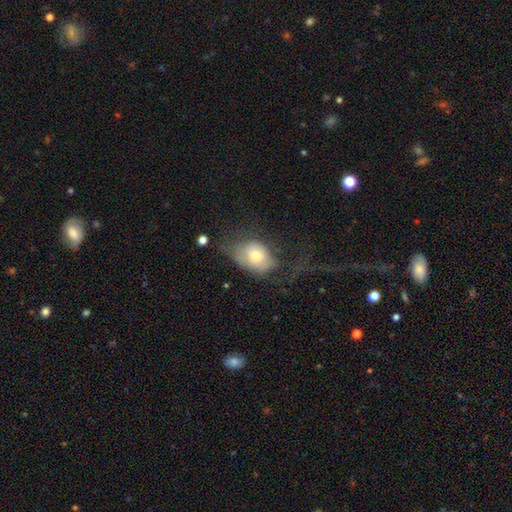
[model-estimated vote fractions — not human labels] A smooth galaxy with no disk features (65%) that is in between round and cigar-shaped (67%).

Vote fractions:
- Smooth or featured? smooth: 65% / featured or disk: 25% / star or artifact: 9%
- How rounded? in between: 67% / round: 32% / cigar-shaped: 1%
- Merging? major disturbance: 39% / none: 34% / minor disturbance: 24% / merger: 2%